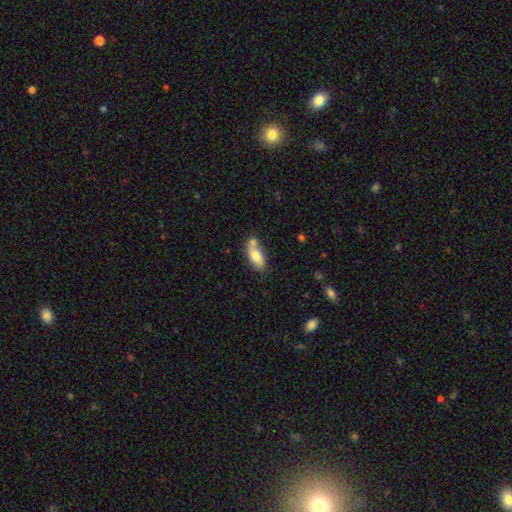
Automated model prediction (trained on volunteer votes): Q: Smooth or featured?
A: smooth (70%); runner-up: featured or disk (23%)
Q: How rounded?
A: in between (82%); runner-up: cigar-shaped (14%)
Q: Merging?
A: none (46%); runner-up: merger (32%)